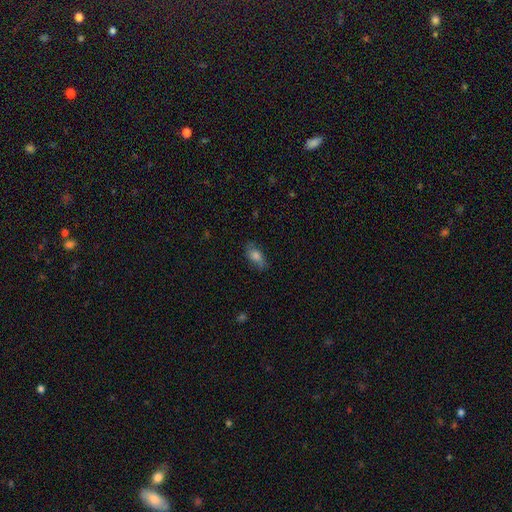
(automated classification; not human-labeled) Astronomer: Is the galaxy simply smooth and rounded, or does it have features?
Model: smooth — 67%.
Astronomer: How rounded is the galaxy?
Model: in between — 84%.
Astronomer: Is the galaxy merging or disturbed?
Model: none — 71%.